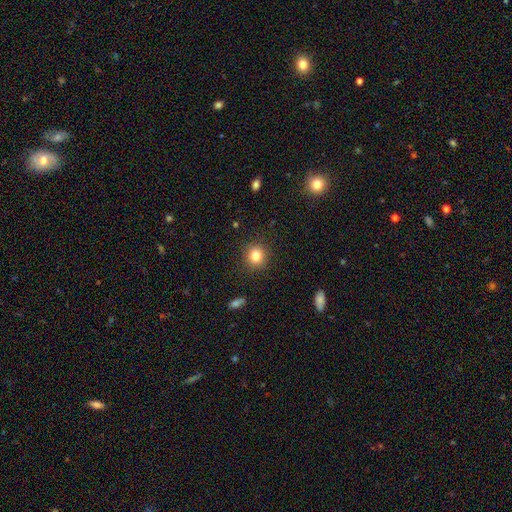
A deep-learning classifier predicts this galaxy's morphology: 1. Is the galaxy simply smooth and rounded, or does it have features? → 82% smooth, 12% star or artifact, 7% featured or disk.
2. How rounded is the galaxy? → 90% round, 9% in between, 1% cigar-shaped.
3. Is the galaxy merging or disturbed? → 90% none, 6% minor disturbance, 2% major disturbance, 1% merger.